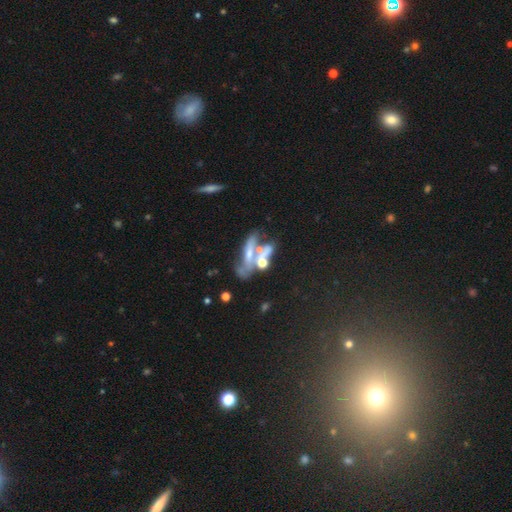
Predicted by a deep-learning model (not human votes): smooth_or_featured: featured or disk (p=0.51) [alt: smooth p=0.29]
disk_edge_on: no (p=0.65) [alt: yes p=0.35]
merging: merger (p=0.46) [alt: none p=0.27]